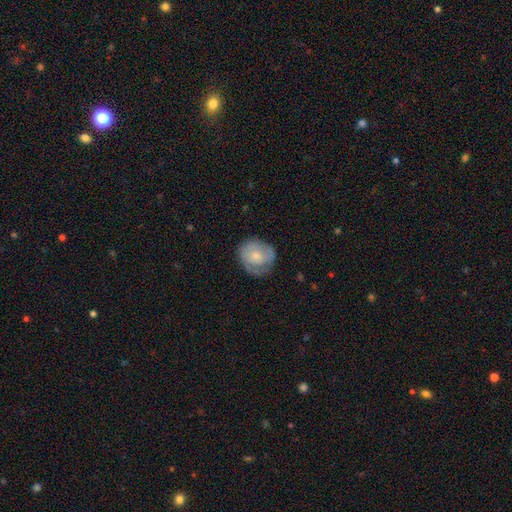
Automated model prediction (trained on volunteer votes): This is possibly a smooth galaxy (50%). How rounded: likely round (75%). Merging: likely none (66%).